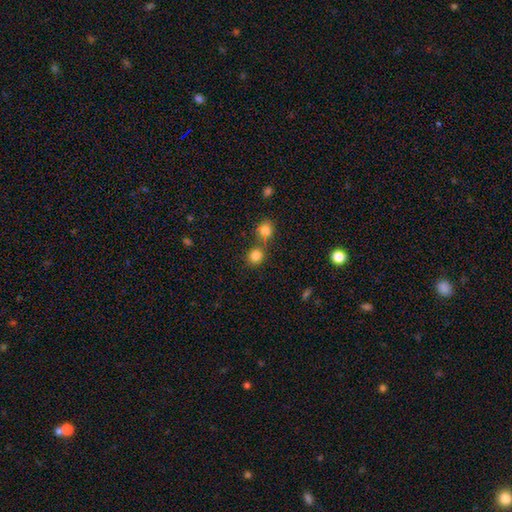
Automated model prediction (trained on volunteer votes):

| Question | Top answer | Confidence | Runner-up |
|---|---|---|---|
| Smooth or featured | smooth | 83% | star or artifact (12%) |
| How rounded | round | 87% | in between (12%) |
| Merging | none | 65% | merger (24%) |